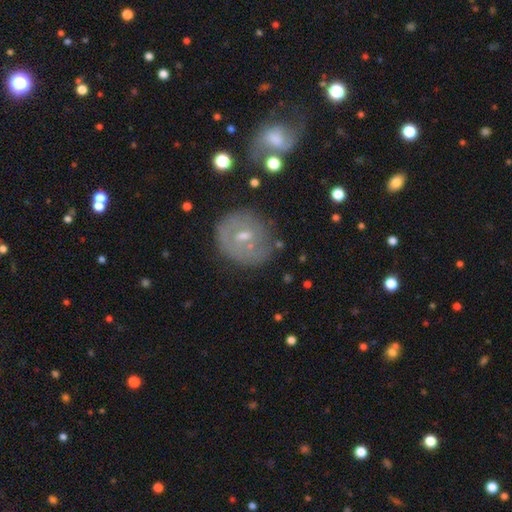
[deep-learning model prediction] Morphology: type=featured or disk (48%); merging=none (71%).